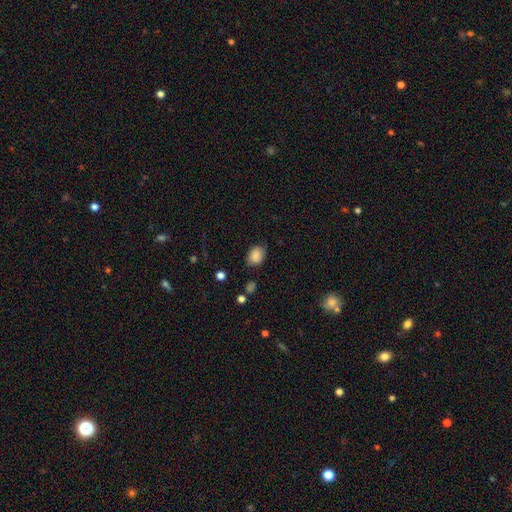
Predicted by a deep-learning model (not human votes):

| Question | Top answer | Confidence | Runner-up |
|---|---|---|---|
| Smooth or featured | smooth | 85% | star or artifact (9%) |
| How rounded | in between | 68% | round (30%) |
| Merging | none | 73% | minor disturbance (20%) |